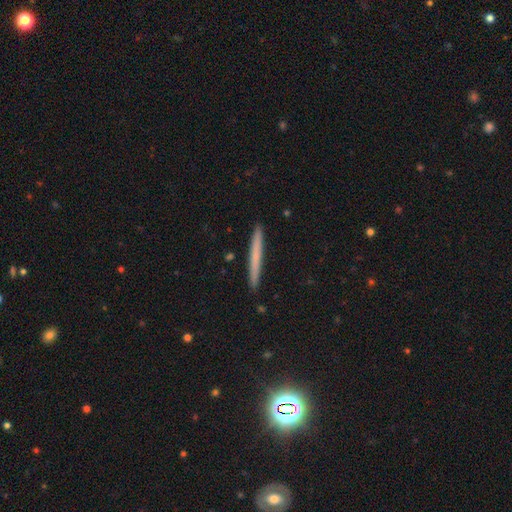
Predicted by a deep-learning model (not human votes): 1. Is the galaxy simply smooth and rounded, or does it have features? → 63% smooth, 31% featured or disk, 6% star or artifact.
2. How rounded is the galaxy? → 97% cigar-shaped, 2% in between, 1% round.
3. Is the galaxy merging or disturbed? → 92% none, 5% minor disturbance, 1% major disturbance, 1% merger.